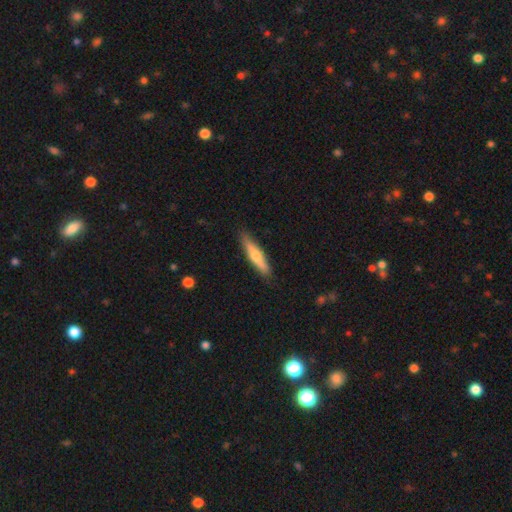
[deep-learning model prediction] Smooth or featured? Predicted: smooth (p=0.57). How rounded? Predicted: cigar-shaped (p=0.85). Merging? Predicted: none (p=0.88).